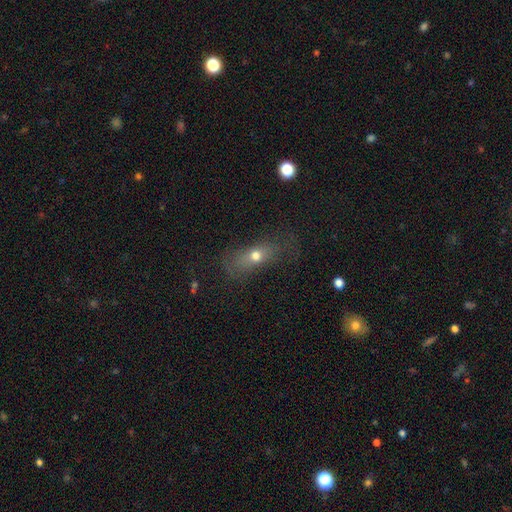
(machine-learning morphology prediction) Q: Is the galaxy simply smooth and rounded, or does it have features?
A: smooth — 63%.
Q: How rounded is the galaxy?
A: in between — 65%.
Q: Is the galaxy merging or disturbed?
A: none — 52%.